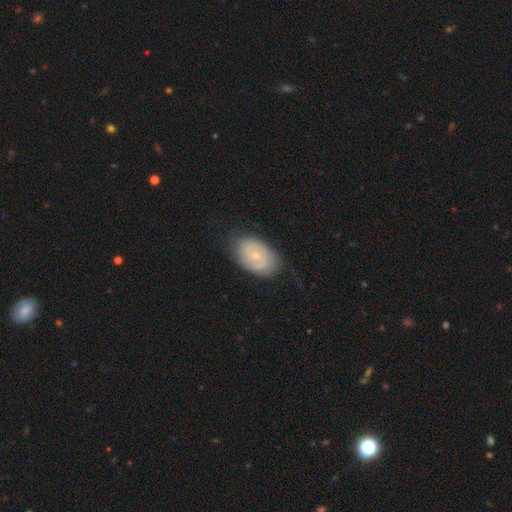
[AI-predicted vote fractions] Smooth or featured? Predicted: featured or disk (p=0.65). Edge-on disk? Predicted: no (p=0.96). Bar? Predicted: no (p=0.62). Spiral arms? Predicted: yes (p=0.77). Bulge size? Predicted: small (p=0.64). Merging? Predicted: none (p=0.75).